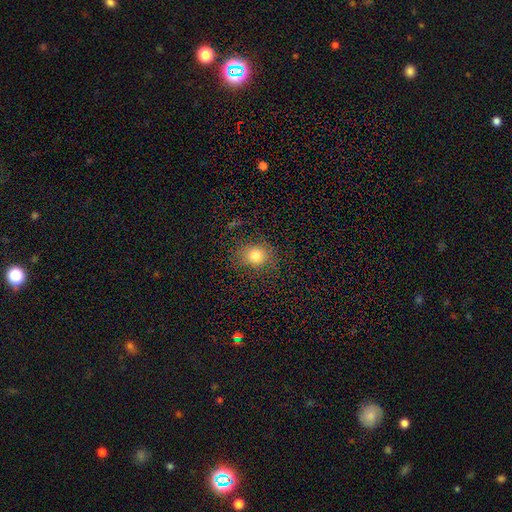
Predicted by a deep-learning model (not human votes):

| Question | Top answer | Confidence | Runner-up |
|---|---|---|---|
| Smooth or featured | smooth | 78% | star or artifact (14%) |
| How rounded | round | 67% | in between (32%) |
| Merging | none | 81% | minor disturbance (13%) |